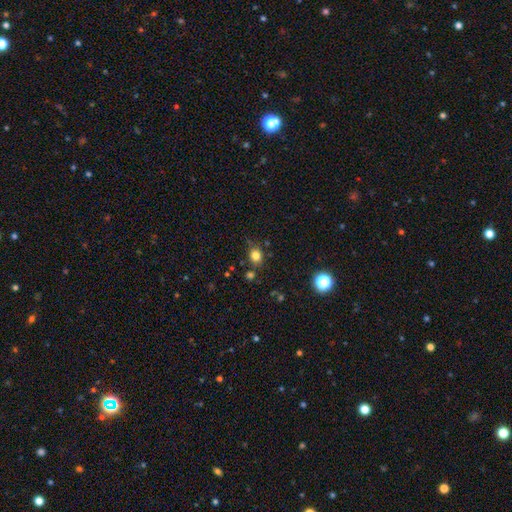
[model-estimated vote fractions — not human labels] Q: Smooth or featured?
A: smooth (80%); runner-up: star or artifact (14%)
Q: How rounded?
A: round (65%); runner-up: in between (34%)
Q: Merging?
A: none (75%); runner-up: minor disturbance (15%)